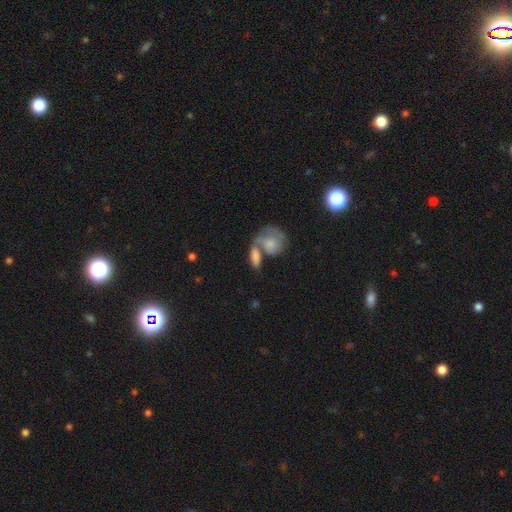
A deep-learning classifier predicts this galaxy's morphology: Q: Smooth or featured?
A: smooth (67%); runner-up: featured or disk (25%)
Q: How rounded?
A: in between (71%); runner-up: round (18%)
Q: Merging?
A: merger (50%); runner-up: none (30%)